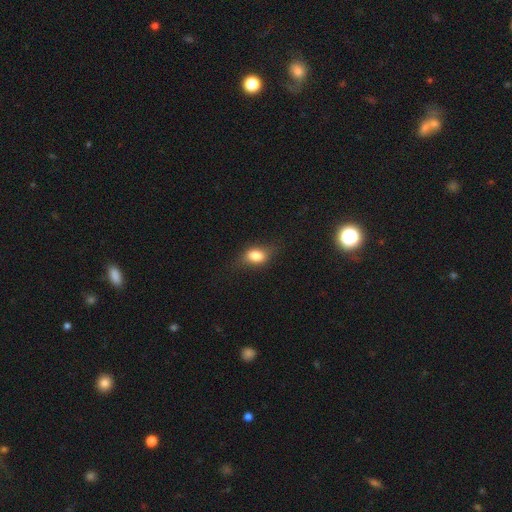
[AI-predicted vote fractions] This is likely a smooth galaxy (78%). How rounded: likely in between (77%). Merging: likely none (68%).